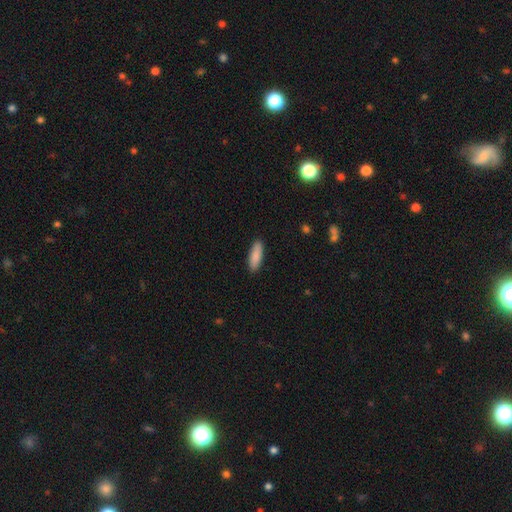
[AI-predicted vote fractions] smooth 89%, featured or disk 6%, star or artifact 6%. Down the decision tree: how rounded — in between (57%); merging — none (89%).